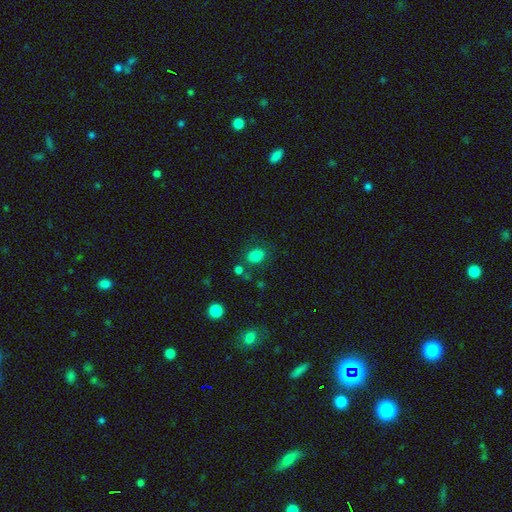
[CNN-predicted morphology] Smooth or featured? Predicted: smooth (p=0.81). How rounded? Predicted: in between (p=0.61). Merging? Predicted: none (p=0.73).